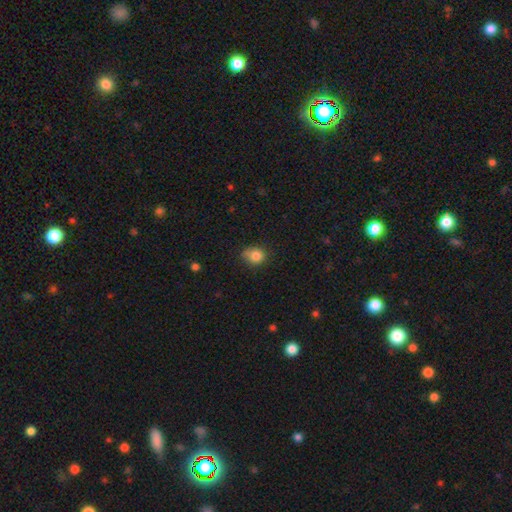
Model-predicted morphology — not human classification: This appears to be a smooth galaxy with no disk features (83%) that is round (68%). Merging: none (60%).